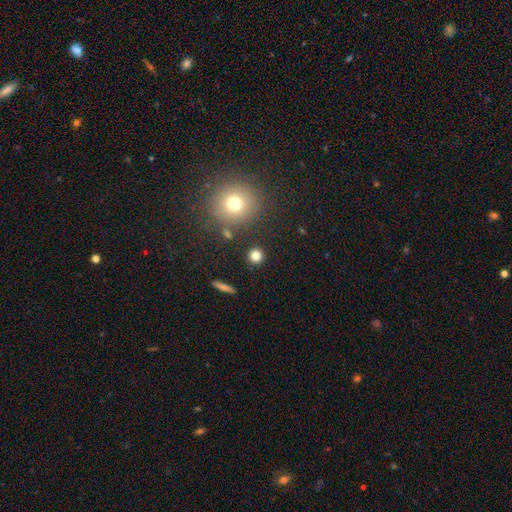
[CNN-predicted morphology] The model was most divided on "smooth or featured": smooth: 80%, star or artifact: 14%, featured or disk: 6%. More confident: how rounded — round (92%); merging — none (88%).